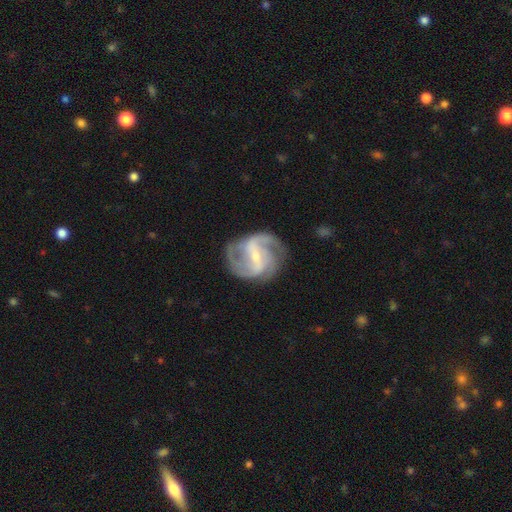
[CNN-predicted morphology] smooth-or-featured: featured or disk: 89% | smooth: 6% | star or artifact: 5%
  disk-edge-on: no: 98% | yes: 2%
    bar: strong: 49% | weak: 39% | no: 11%
    has-spiral-arms: yes: 97% | no: 3%
      spiral-winding: medium: 52% | loose: 25% | tight: 22%
      spiral-arm-count: 2: 47% | 3: 30% | can't tell: 9% | 4: 7% | 1: 4% | more than 4: 4%
    bulge-size: small: 67% | moderate: 26% | none: 4% | large: 2% | dominant: 1%
  merging: none: 74% | minor disturbance: 16% | major disturbance: 9% | merger: 1%